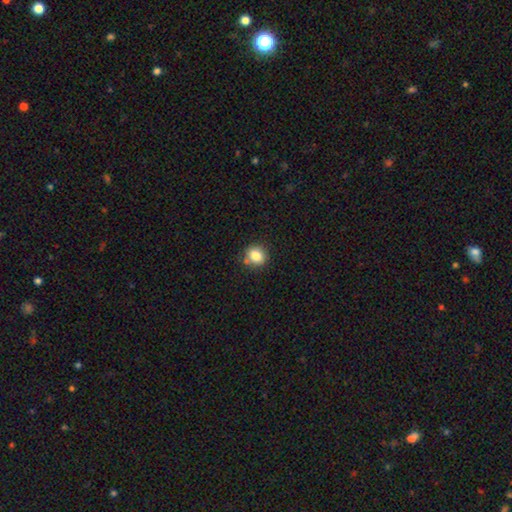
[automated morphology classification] type=smooth (82%); roundness=round (76%); merging=none (78%).